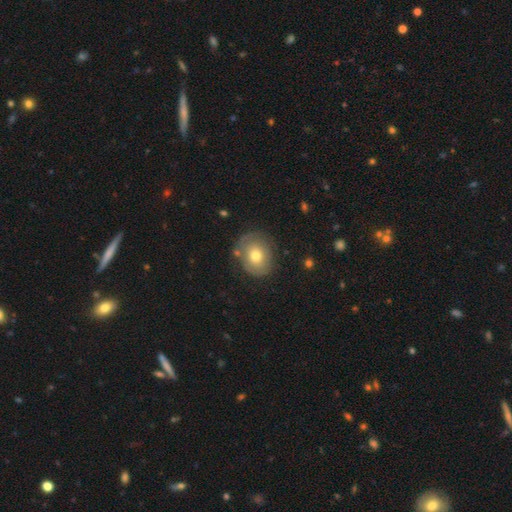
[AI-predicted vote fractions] A smooth galaxy with no disk features (62%) that is round (62%). Merging: none (72%).